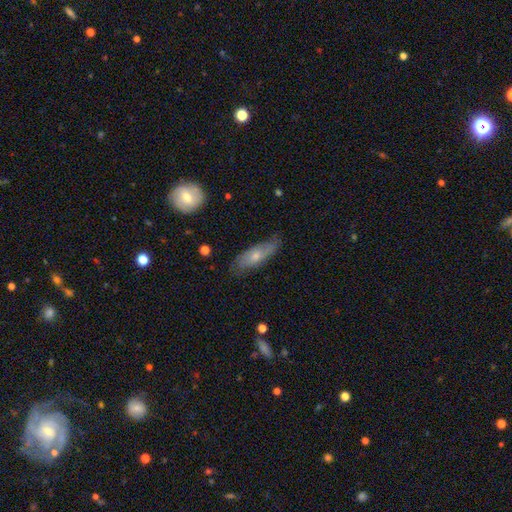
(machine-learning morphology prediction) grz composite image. It shows a smooth galaxy with no disk features (48%). Merging: none (69%).